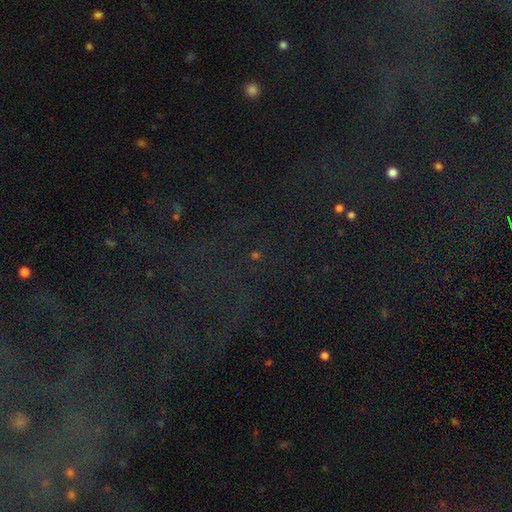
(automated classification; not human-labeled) Overall: star or artifact (75%).